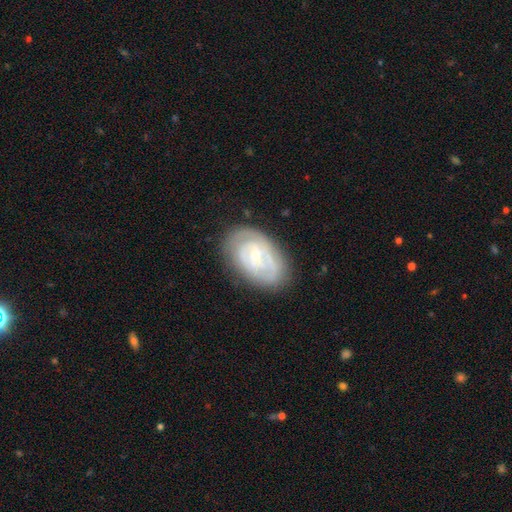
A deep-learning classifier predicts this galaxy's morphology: This is likely a featured or disk galaxy (73%). It is clearly not viewed edge-on (96%). Bar: likely no (60%). Spiral arm pattern: likely yes (76%). Spiral arm count: marginally can't tell (43%). Spiral winding: likely tight (65%). Central bulge: likely small (69%). Merging: likely none (72%).